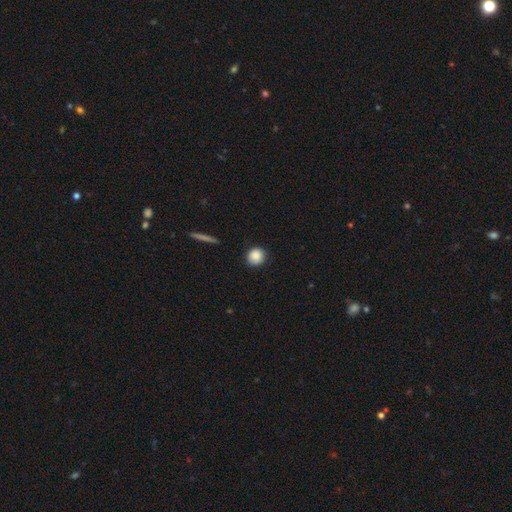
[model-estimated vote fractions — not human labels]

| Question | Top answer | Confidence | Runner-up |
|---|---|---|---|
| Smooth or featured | smooth | 87% | star or artifact (8%) |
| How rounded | round | 89% | in between (10%) |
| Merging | none | 87% | minor disturbance (10%) |